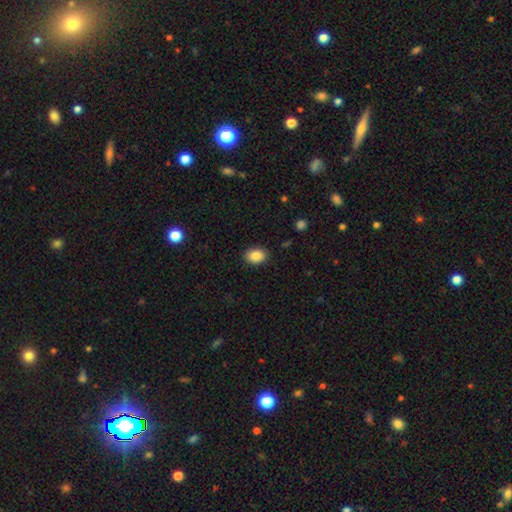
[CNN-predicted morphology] Smooth or featured: smooth — 88% (star or artifact — 8%)
How rounded: in between — 78% (round — 21%)
Merging: none — 88% (minor disturbance — 9%)